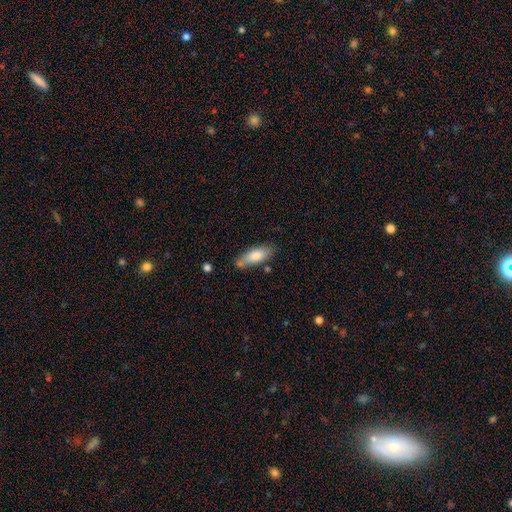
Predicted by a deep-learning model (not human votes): A smooth galaxy with no disk features (77%) that is in between round and cigar-shaped (63%).

Vote fractions:
- Smooth or featured? smooth: 77% / featured or disk: 17% / star or artifact: 6%
- How rounded? in between: 63% / cigar-shaped: 35% / round: 2%
- Merging? none: 68% / minor disturbance: 19% / merger: 9% / major disturbance: 4%